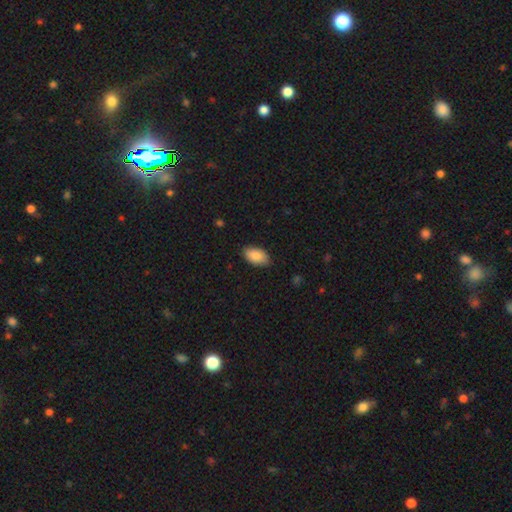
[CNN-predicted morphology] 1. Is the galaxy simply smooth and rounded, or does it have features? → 89% smooth, 6% star or artifact, 5% featured or disk.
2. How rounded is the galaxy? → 95% in between, 4% round, 2% cigar-shaped.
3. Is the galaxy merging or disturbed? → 86% none, 11% minor disturbance, 2% major disturbance, 1% merger.